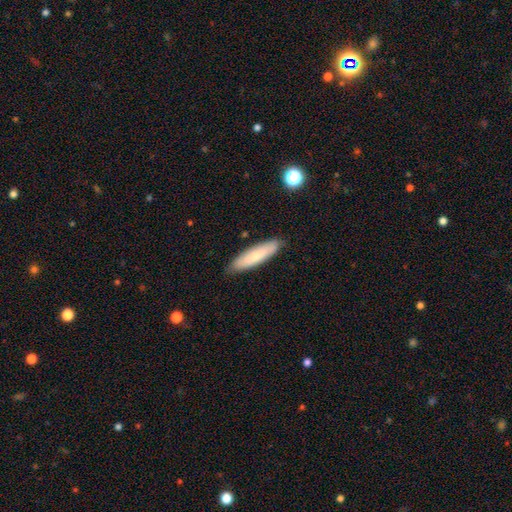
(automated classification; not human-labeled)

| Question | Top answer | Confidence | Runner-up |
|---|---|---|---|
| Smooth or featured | smooth | 73% | featured or disk (21%) |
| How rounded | cigar-shaped | 69% | in between (29%) |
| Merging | none | 87% | minor disturbance (11%) |